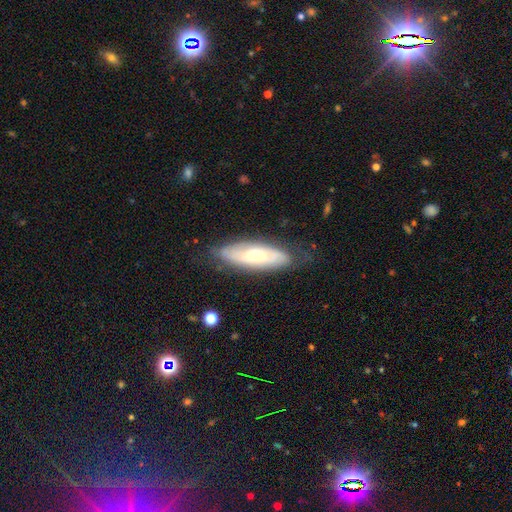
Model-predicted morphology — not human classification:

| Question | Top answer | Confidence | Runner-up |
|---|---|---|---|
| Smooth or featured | featured or disk | 55% | smooth (39%) |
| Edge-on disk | no | 73% | yes (27%) |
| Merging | none | 73% | minor disturbance (20%) |